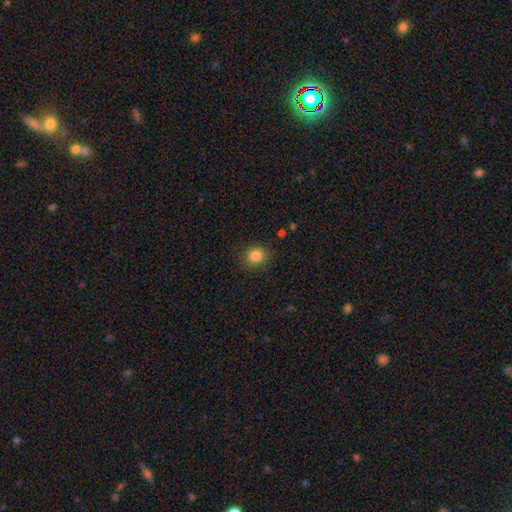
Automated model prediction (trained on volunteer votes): Smooth or featured? smooth (84%)
How rounded? round (75%)
Merging? none (87%)